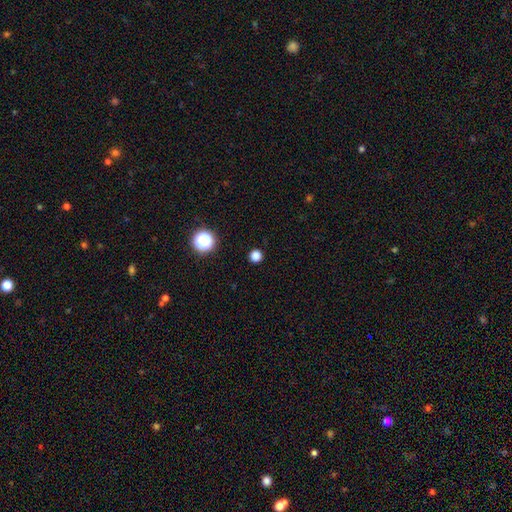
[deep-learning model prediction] A smooth galaxy with no disk features (79%) that is round (93%).

Vote fractions:
- Smooth or featured? smooth: 79% / star or artifact: 18% / featured or disk: 3%
- How rounded? round: 93% / in between: 6% / cigar-shaped: 1%
- Merging? none: 92% / minor disturbance: 5% / major disturbance: 2% / merger: 1%